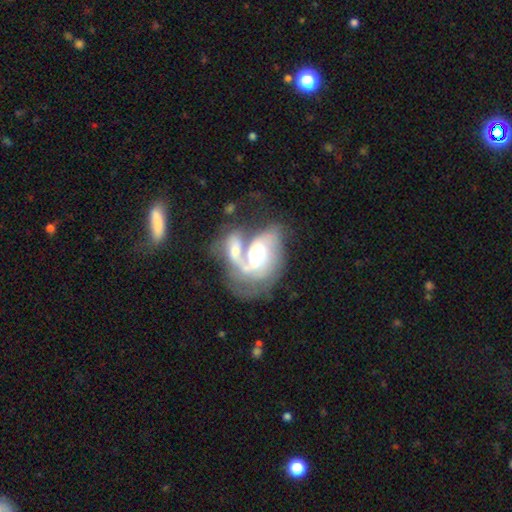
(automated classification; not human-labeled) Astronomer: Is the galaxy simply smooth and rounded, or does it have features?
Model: featured or disk — 74%.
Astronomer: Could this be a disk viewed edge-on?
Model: no — 97%.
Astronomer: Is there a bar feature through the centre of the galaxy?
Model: no — 64%.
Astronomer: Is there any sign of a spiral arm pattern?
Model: yes — 76%.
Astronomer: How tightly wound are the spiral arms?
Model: medium — 39% (runner-up: tight, 33%).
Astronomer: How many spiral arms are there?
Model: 2 — 41% (runner-up: can't tell, 27%).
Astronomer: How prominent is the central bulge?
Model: moderate — 42% (runner-up: small, 27%).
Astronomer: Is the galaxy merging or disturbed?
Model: merger — 59%.